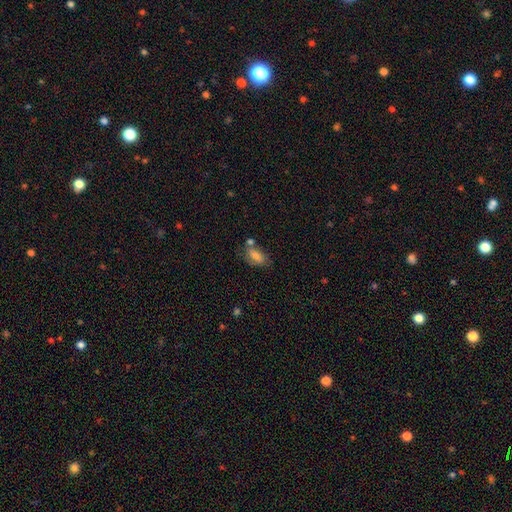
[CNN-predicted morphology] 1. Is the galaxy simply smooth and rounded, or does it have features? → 73% smooth, 18% featured or disk, 9% star or artifact.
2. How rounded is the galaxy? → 87% in between, 7% round, 6% cigar-shaped.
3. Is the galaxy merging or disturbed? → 55% none, 20% minor disturbance, 19% merger, 6% major disturbance.